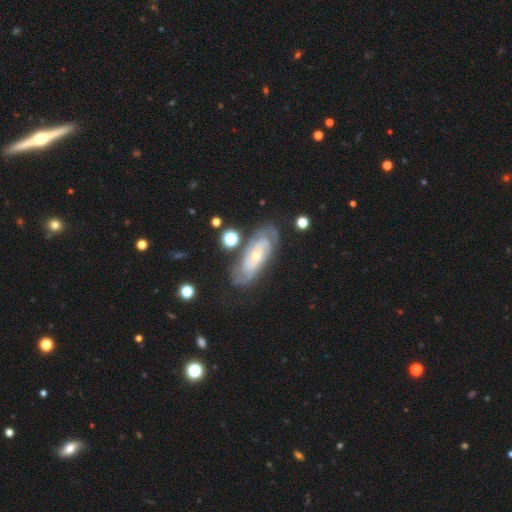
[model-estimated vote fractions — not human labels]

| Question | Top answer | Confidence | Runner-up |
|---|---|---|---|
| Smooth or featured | featured or disk | 81% | smooth (14%) |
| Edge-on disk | no | 91% | yes (9%) |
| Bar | no | 71% | weak (23%) |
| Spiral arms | yes | 91% | no (9%) |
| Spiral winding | tight | 66% | medium (27%) |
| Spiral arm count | can't tell | 39% | 2 (38%) |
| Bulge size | small | 68% | moderate (28%) |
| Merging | none | 71% | minor disturbance (19%) |